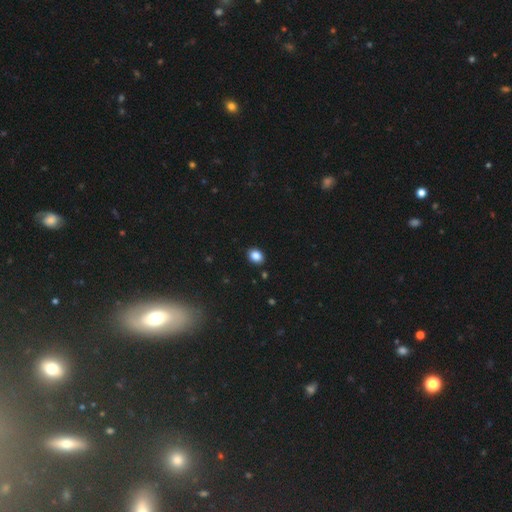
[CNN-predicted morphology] This appears to be a smooth galaxy with no disk features (86%) that is in between round and cigar-shaped (56%). Merging: none (89%).